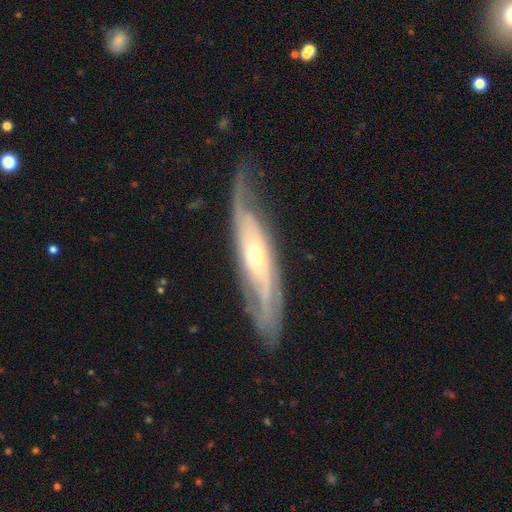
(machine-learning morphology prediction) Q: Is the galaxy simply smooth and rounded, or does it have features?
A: featured or disk — 82%.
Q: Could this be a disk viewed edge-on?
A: no — 69%.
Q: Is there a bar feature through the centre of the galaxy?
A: no — 66%.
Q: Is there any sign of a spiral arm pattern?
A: yes — 91%.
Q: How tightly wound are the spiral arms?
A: tight — 42%.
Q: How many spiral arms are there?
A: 2 — 54%.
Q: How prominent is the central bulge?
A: small — 51%.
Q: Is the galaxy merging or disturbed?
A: none — 69%.